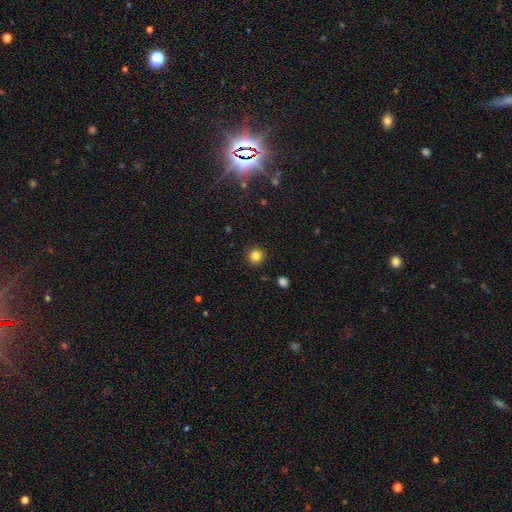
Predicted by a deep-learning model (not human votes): Overall: smooth (84%). How rounded: round (94%). Merging: none (91%).